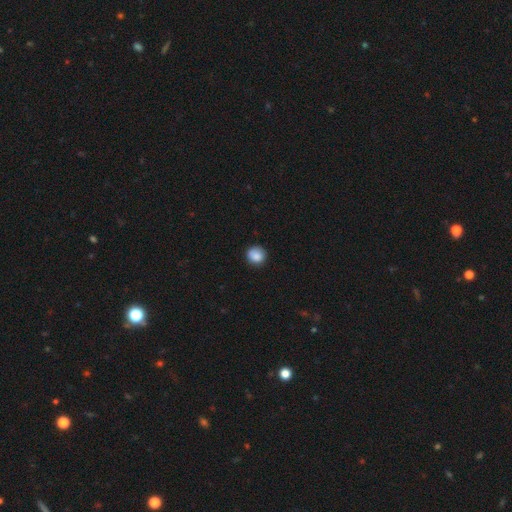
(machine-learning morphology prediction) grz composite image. It shows a smooth galaxy with no disk features (87%) that is round (90%). Merging: none (86%).